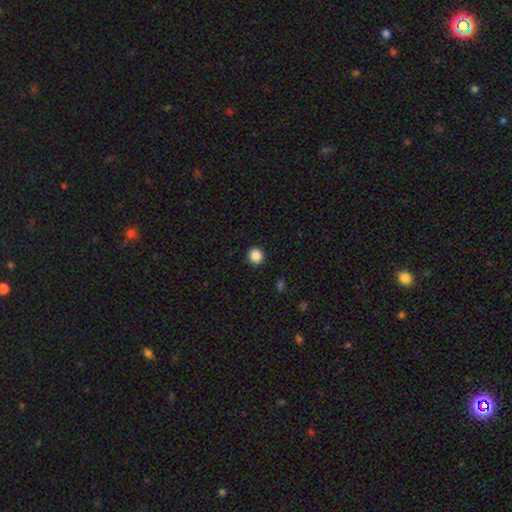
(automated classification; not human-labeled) The model was most divided on "smooth or featured": smooth: 87%, star or artifact: 10%, featured or disk: 3%. More confident: how rounded — round (92%); merging — none (91%).